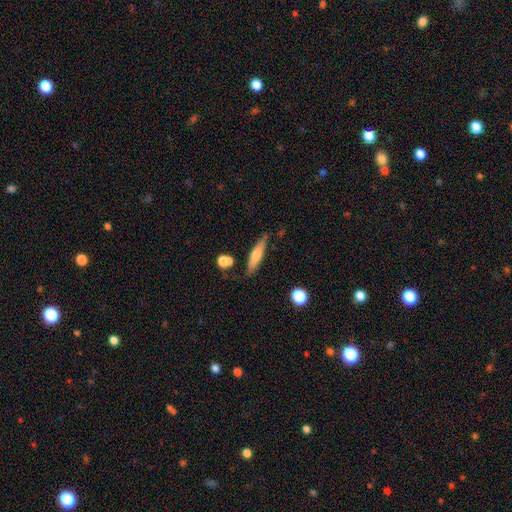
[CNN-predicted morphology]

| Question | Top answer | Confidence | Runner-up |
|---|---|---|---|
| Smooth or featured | smooth | 53% | featured or disk (40%) |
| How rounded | cigar-shaped | 78% | in between (19%) |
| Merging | none | 74% | minor disturbance (16%) |